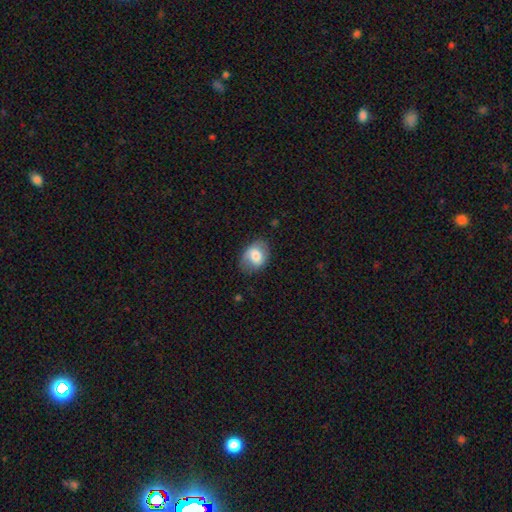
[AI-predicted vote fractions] smooth_or_featured: smooth (p=0.66) [alt: featured or disk p=0.27]
how_rounded: in between (p=0.70) [alt: round p=0.29]
merging: none (p=0.66) [alt: minor disturbance p=0.24]